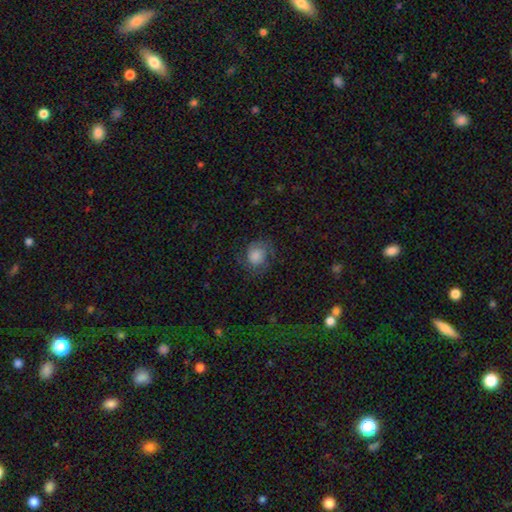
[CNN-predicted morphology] smooth_or_featured: smooth (p=0.56) [alt: featured or disk p=0.33]
how_rounded: round (p=0.68) [alt: in between p=0.31]
merging: none (p=0.63) [alt: minor disturbance p=0.21]